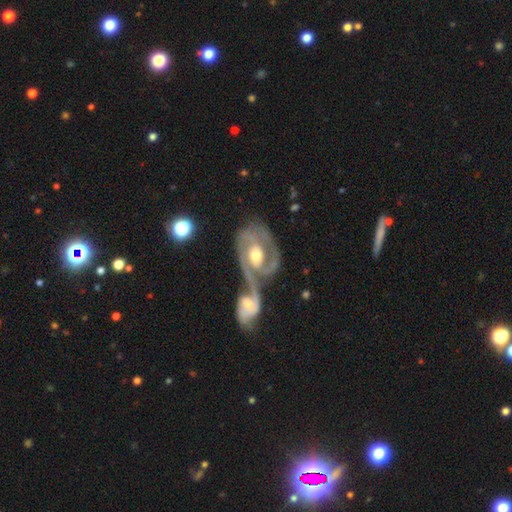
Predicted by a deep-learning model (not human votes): featured or disk 85%, smooth 11%, star or artifact 5%. Down the decision tree: edge-on disk — no (97%); bar — no (57%); spiral arms — yes (88%); spiral arm count — 2 (65%); spiral winding — tight (44%); bulge size — moderate (71%); merging — merger (70%).